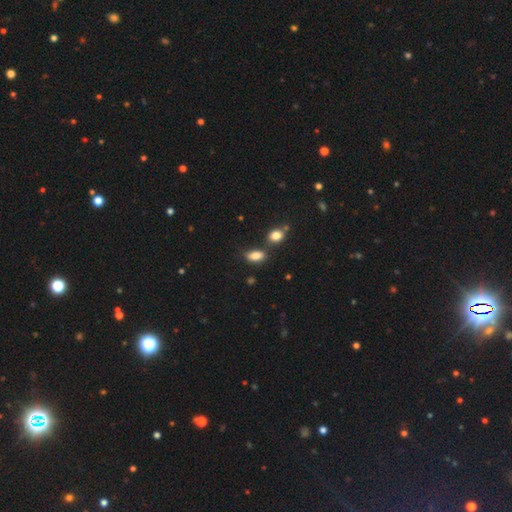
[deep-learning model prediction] A smooth galaxy with no disk features (82%) that is in between round and cigar-shaped (86%). Merging: none (58%).